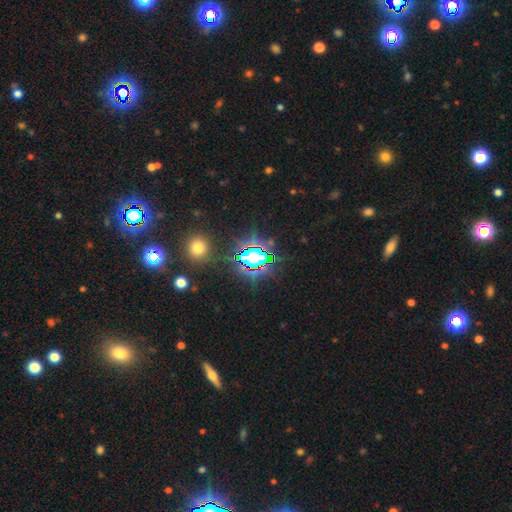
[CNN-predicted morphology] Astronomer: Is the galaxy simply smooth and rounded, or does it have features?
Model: star or artifact — 77%.